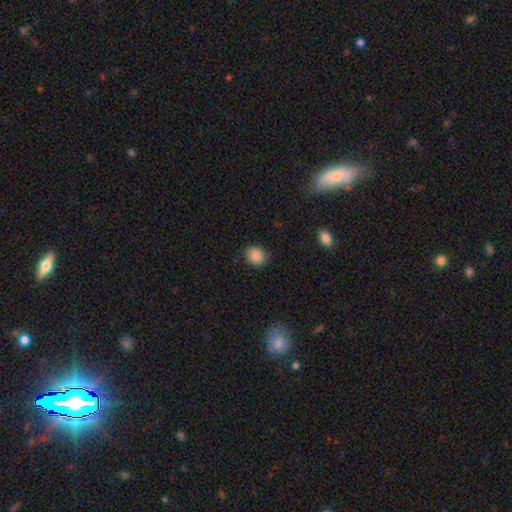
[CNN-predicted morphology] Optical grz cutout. It shows a smooth galaxy with no disk features (87%) that is round (73%). Merging: none (84%).